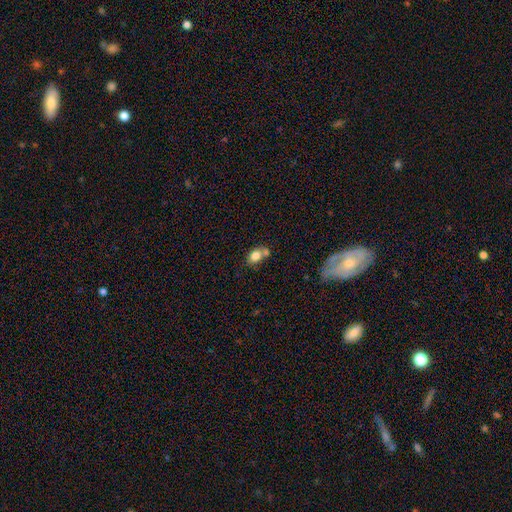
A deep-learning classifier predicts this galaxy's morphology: smooth-or-featured: smooth: 79% | featured or disk: 11% | star or artifact: 9%
  how-rounded: in between: 69% | round: 29% | cigar-shaped: 2%
  merging: none: 43% | merger: 38% | minor disturbance: 14% | major disturbance: 5%